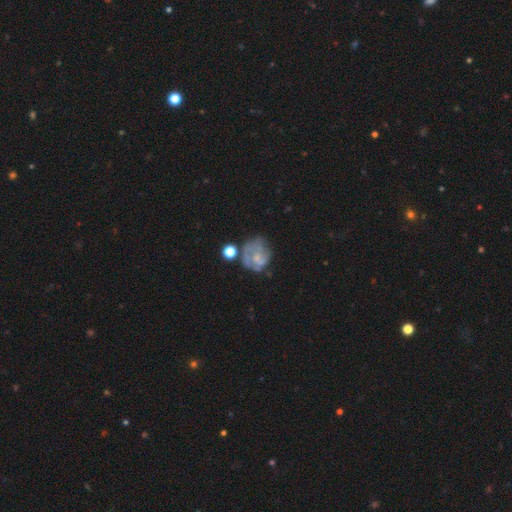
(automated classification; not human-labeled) smooth_or_featured: featured or disk (p=0.61) [alt: smooth p=0.28]
disk_edge_on: no (p=0.98) [alt: yes p=0.02]
bar: no (p=0.76) [alt: weak p=0.21]
has_spiral_arms: yes (p=0.67) [alt: no p=0.33]
bulge_size: small (p=0.45) [alt: none p=0.33]
merging: none (p=0.44) [alt: minor disturbance p=0.25]